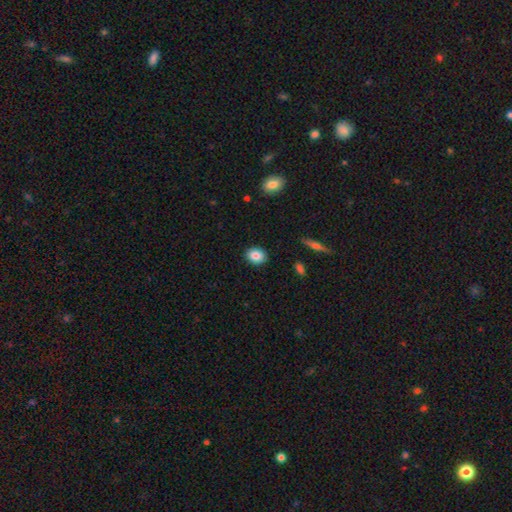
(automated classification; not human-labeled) Smooth or featured? Predicted: smooth (p=0.85). How rounded? Predicted: in between (p=0.51). Merging? Predicted: none (p=0.90).